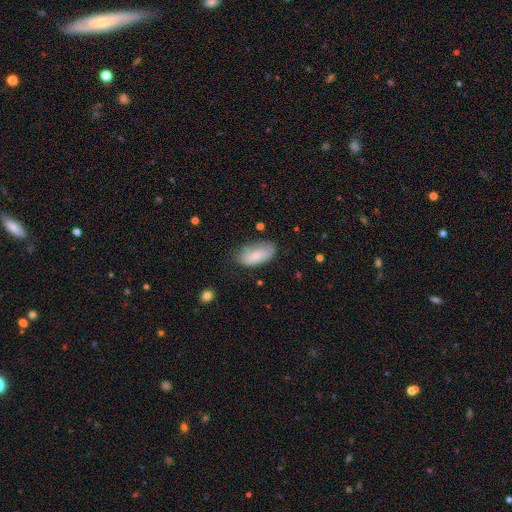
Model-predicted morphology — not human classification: Smooth or featured: smooth — 72% (featured or disk — 21%)
How rounded: in between — 93% (cigar-shaped — 5%)
Merging: none — 61% (minor disturbance — 29%)